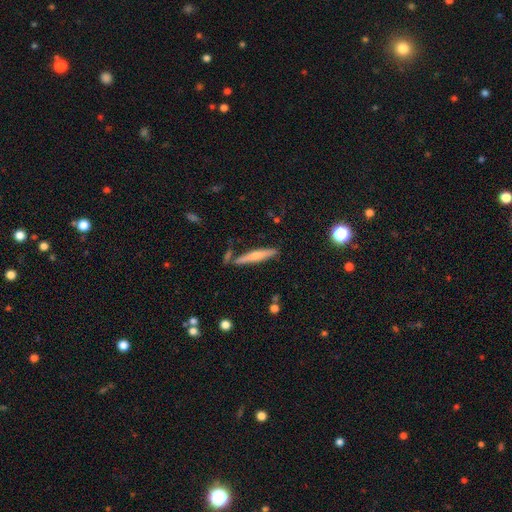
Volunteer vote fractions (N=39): This appears to be a featured or disk galaxy (56%) viewed edge-on (95%) with a rounded central bulge (81%). Merging: none (87%).